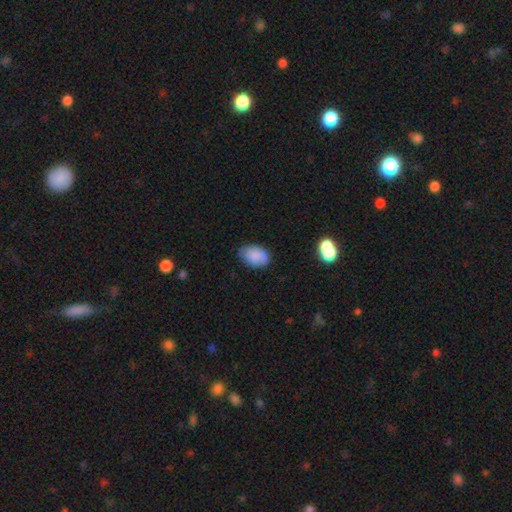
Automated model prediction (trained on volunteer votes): Smooth or featured? smooth (84%)
How rounded? in between (87%)
Merging? none (72%)